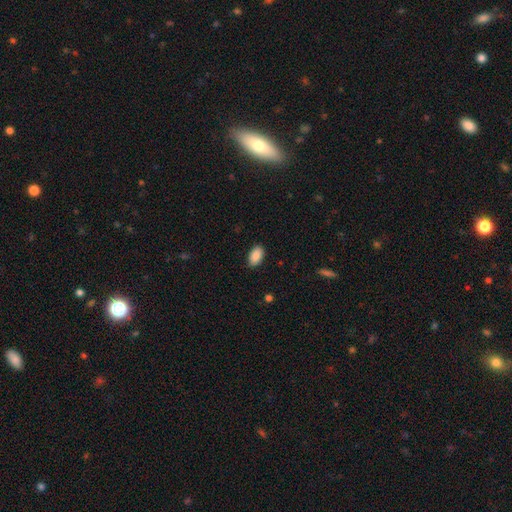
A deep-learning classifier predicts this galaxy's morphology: type=smooth (89%); roundness=in between (93%); merging=none (85%).